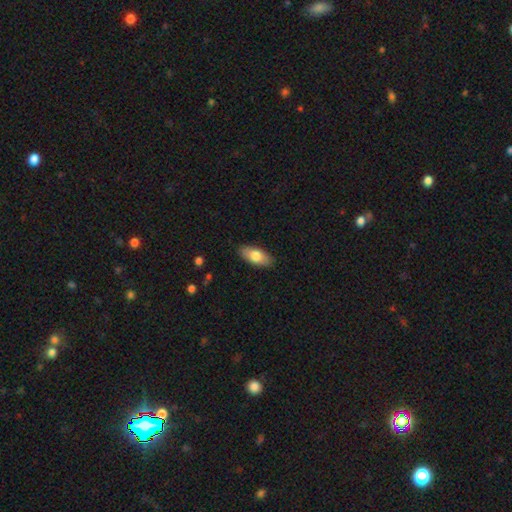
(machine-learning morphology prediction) Smooth or featured? smooth (76%)
How rounded? in between (89%)
Merging? none (87%)